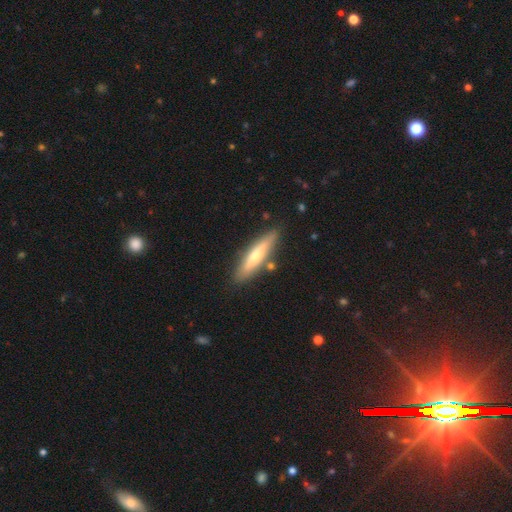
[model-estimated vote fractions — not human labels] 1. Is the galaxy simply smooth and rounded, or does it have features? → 47% smooth (tied), 47% featured or disk (tied), 6% star or artifact.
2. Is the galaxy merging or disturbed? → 84% none, 10% minor disturbance, 4% merger, 2% major disturbance.